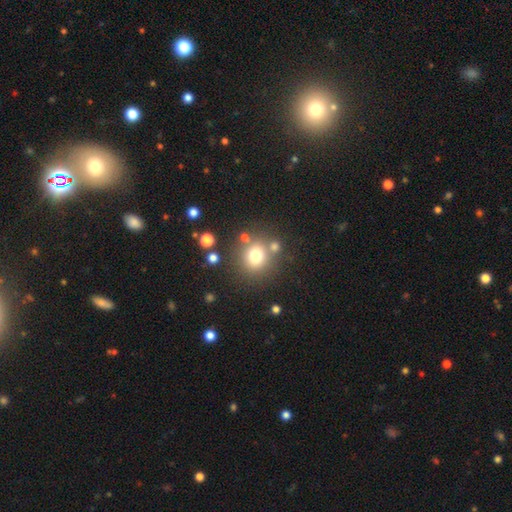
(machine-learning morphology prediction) smooth 74%, star or artifact 15%, featured or disk 12%. Down the decision tree: how rounded — round (83%); merging — none (72%).